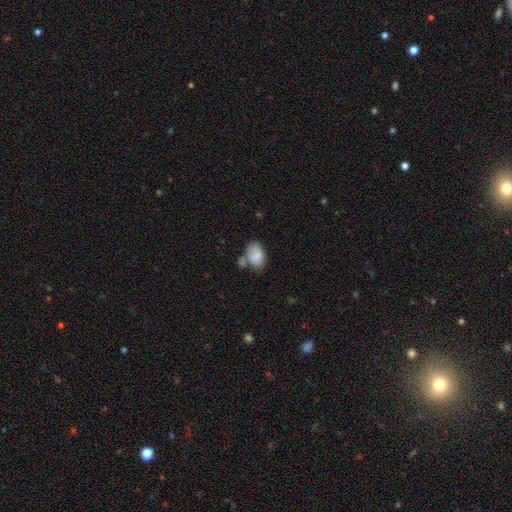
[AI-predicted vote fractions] Smooth or featured?
  - smooth: 80% *
  - featured or disk: 13%
  - star or artifact: 7%
How rounded?
  - in between: 88% *
  - round: 11%
  - cigar-shaped: 1%
Merging?
  - none: 41% *
  - merger: 29%
  - minor disturbance: 22%
  - major disturbance: 8%